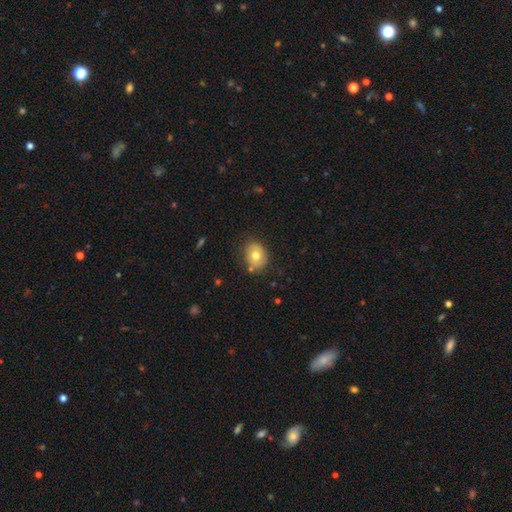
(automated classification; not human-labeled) A smooth galaxy with no disk features (71%) that is in between round and cigar-shaped (51%).

Vote fractions:
- Smooth or featured? smooth: 71% / featured or disk: 19% / star or artifact: 9%
- How rounded? in between: 51% / round: 48% / cigar-shaped: 1%
- Merging? none: 78% / minor disturbance: 15% / merger: 3% / major disturbance: 3%